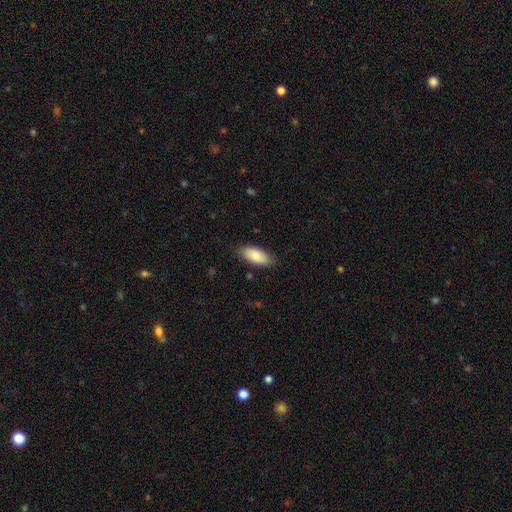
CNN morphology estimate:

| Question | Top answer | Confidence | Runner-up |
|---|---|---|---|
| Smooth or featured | smooth | 83% | featured or disk (11%) |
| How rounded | in between | 87% | cigar-shaped (11%) |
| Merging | none | 85% | minor disturbance (12%) |